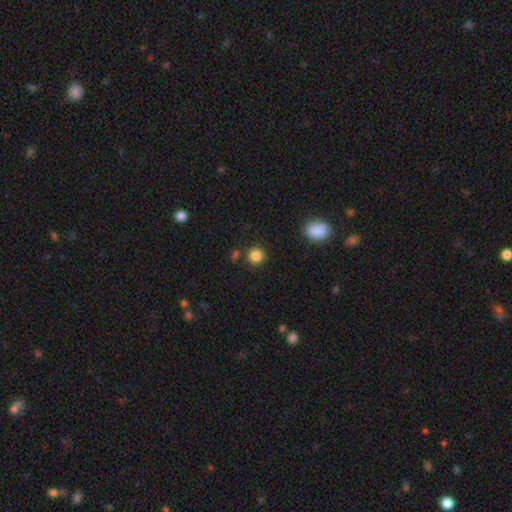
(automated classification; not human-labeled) Overall: smooth (85%). How rounded: round (91%). Merging: none (87%).